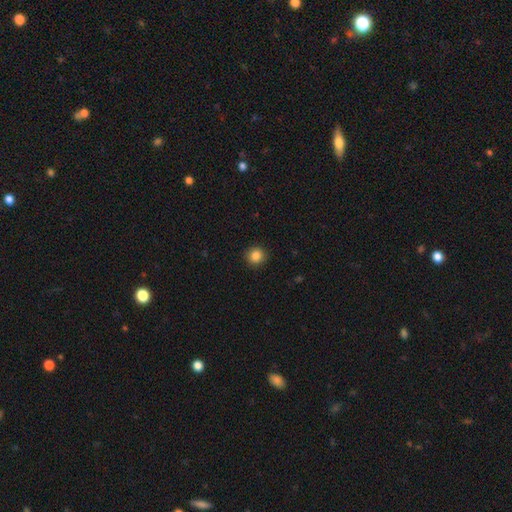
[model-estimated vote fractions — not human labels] The model was most divided on "smooth or featured": smooth: 85%, star or artifact: 11%, featured or disk: 4%. More confident: how rounded — round (93%); merging — none (92%).